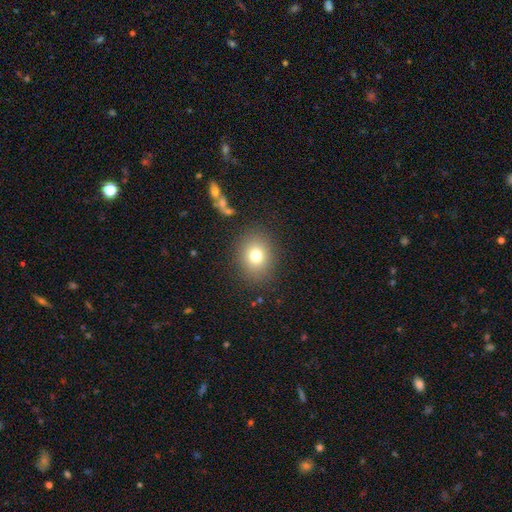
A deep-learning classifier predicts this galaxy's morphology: Smooth or featured?
  - smooth: 76% *
  - star or artifact: 13%
  - featured or disk: 11%
How rounded?
  - round: 64% *
  - in between: 35%
  - cigar-shaped: 1%
Merging?
  - none: 86% *
  - minor disturbance: 9%
  - major disturbance: 4%
  - merger: 2%